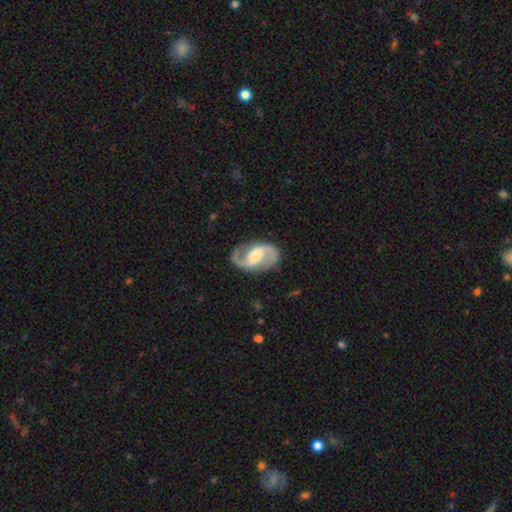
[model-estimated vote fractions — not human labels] smooth-or-featured: featured or disk: 90% | smooth: 6% | star or artifact: 4%
  disk-edge-on: no: 98% | yes: 2%
    bar: weak: 46% | strong: 32% | no: 22%
    has-spiral-arms: yes: 97% | no: 3%
      spiral-winding: medium: 53% | loose: 34% | tight: 13%
      spiral-arm-count: 2: 94% | can't tell: 2% | 1: 2% | 3: 1% | 4: 1% | more than 4: 1%
    bulge-size: moderate: 48% | small: 29% | large: 14% | none: 7% | dominant: 2%
  merging: none: 84% | minor disturbance: 11% | major disturbance: 4% | merger: 1%